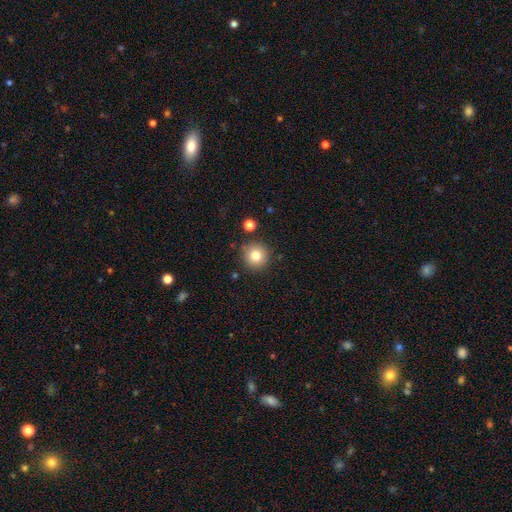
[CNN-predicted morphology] The model was most divided on "smooth or featured": smooth: 81%, star or artifact: 11%, featured or disk: 8%. More confident: how rounded — round (94%); merging — none (86%).